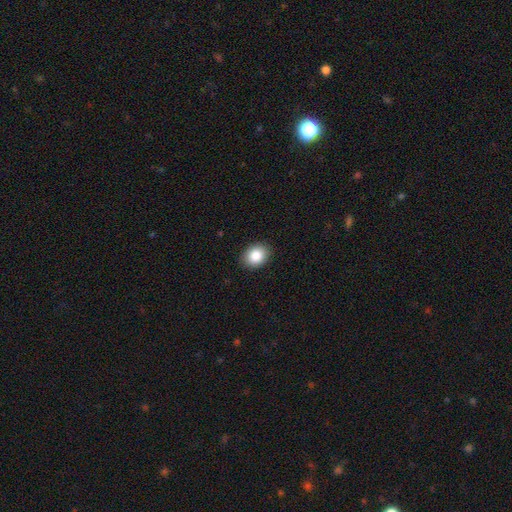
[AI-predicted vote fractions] This appears to be a smooth galaxy with no disk features (86%) that is in between round and cigar-shaped (57%). Merging: none (89%).